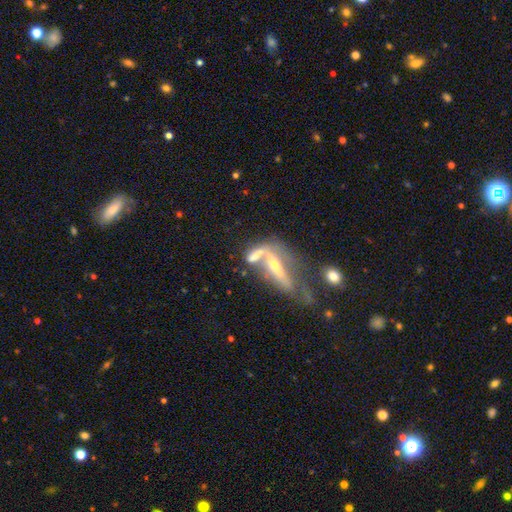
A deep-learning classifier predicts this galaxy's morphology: The model was most divided on "smooth or featured": featured or disk: 54%, smooth: 36%, star or artifact: 10%. Remaining: edge-on disk — yes (69%); merging — merger (48%).